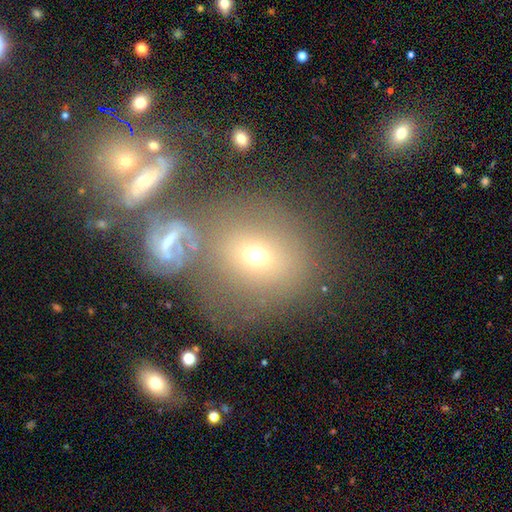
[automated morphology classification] smooth-or-featured: smooth: 60% | featured or disk: 24% | star or artifact: 17%
  how-rounded: round: 70% | in between: 28% | cigar-shaped: 1%
  merging: none: 56% | merger: 19% | minor disturbance: 15% | major disturbance: 10%